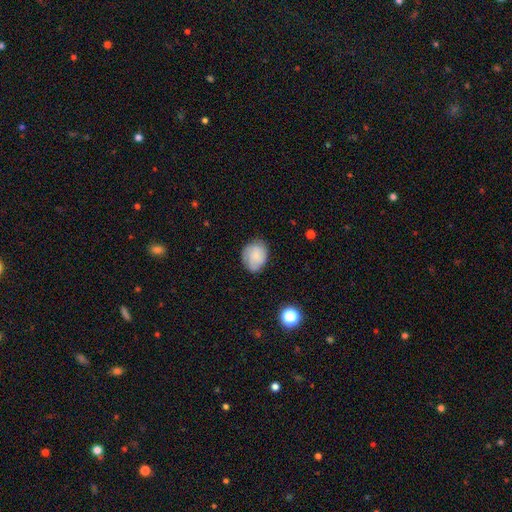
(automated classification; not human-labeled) Smooth or featured?
  - smooth: 79% *
  - featured or disk: 13%
  - star or artifact: 8%
How rounded?
  - in between: 52% *
  - round: 47%
  - cigar-shaped: 1%
Merging?
  - none: 72% *
  - minor disturbance: 21%
  - major disturbance: 5%
  - merger: 1%